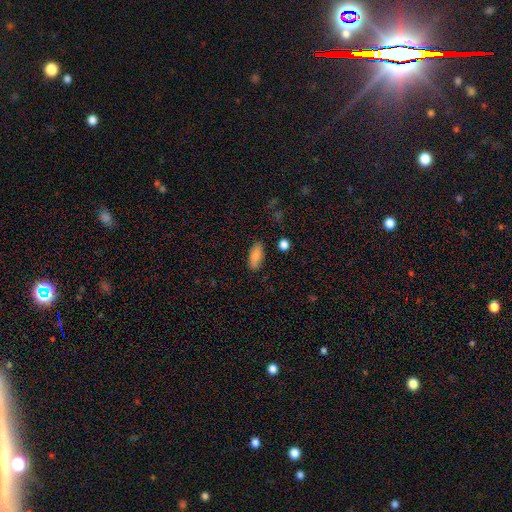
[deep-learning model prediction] Q: Smooth or featured?
A: smooth (85%); runner-up: featured or disk (7%)
Q: How rounded?
A: in between (83%); runner-up: cigar-shaped (15%)
Q: Merging?
A: none (84%); runner-up: minor disturbance (12%)